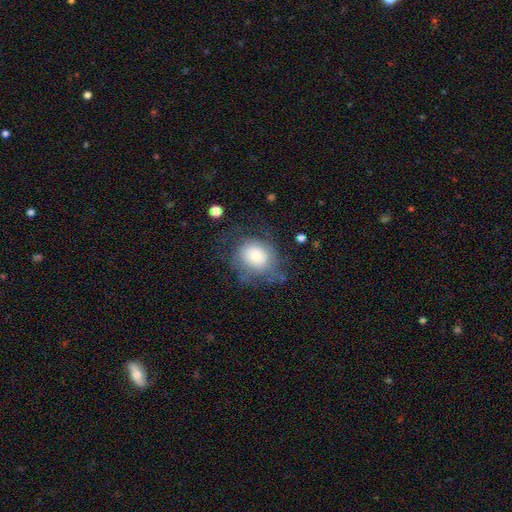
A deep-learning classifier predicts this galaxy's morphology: Smooth or featured: smooth — 61% (featured or disk — 29%)
How rounded: round — 64% (in between — 35%)
Merging: none — 51% (minor disturbance — 25%)